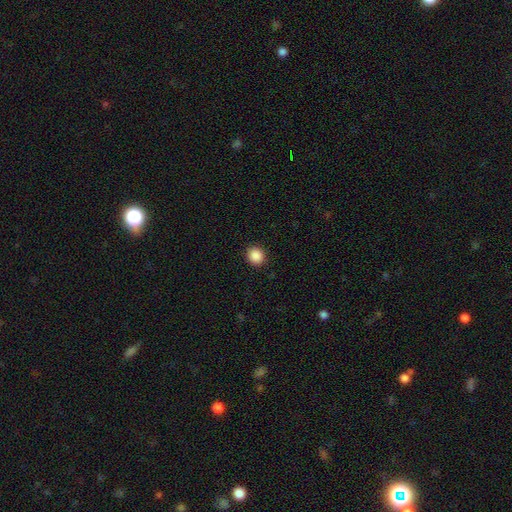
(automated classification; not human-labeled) Smooth or featured? Predicted: smooth (p=0.88). How rounded? Predicted: round (p=0.85). Merging? Predicted: none (p=0.92).